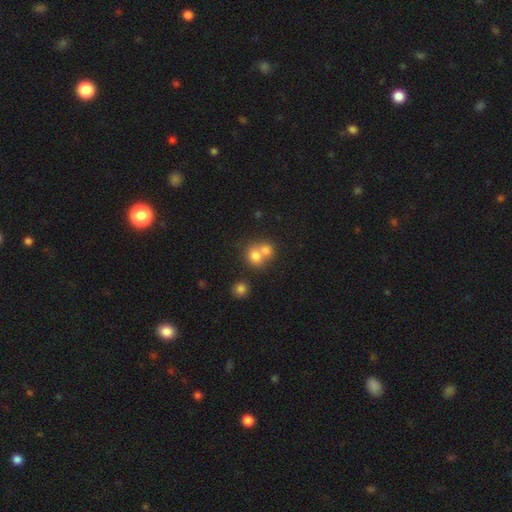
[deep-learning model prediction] Smooth or featured? smooth (74%)
How rounded? round (69%)
Merging? merger (61%)